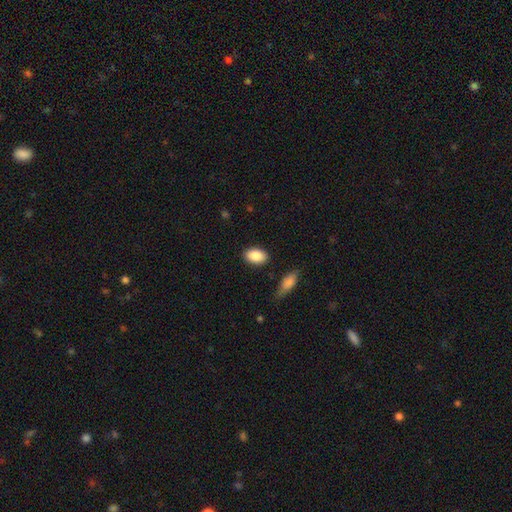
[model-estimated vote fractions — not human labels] A smooth galaxy with no disk features (88%) that is in between round and cigar-shaped (88%).

Vote fractions:
- Smooth or featured? smooth: 88% / star or artifact: 7% / featured or disk: 5%
- How rounded? in between: 88% / round: 10% / cigar-shaped: 2%
- Merging? none: 86% / minor disturbance: 9% / major disturbance: 2% / merger: 2%